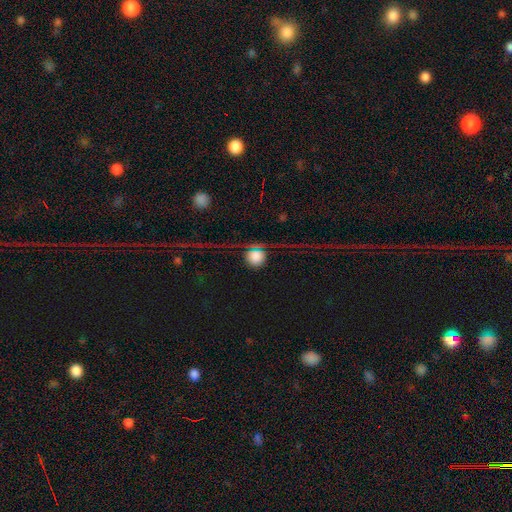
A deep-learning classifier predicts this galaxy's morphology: This appears to be a smooth galaxy with no disk features (49%). Merging: none (68%).